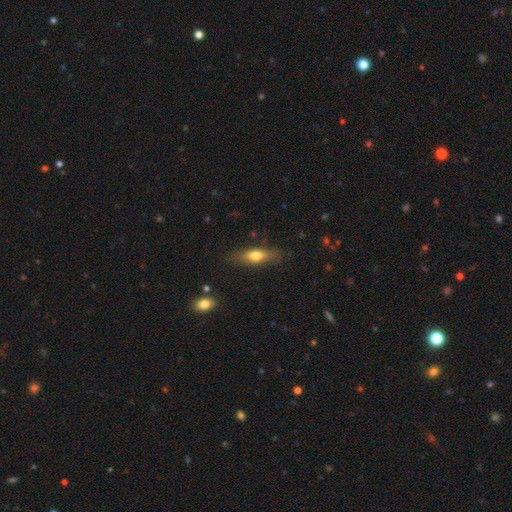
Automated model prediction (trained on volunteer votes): smooth 59%, featured or disk 34%, star or artifact 7%. Down the decision tree: how rounded — cigar-shaped (53%); merging — none (81%).